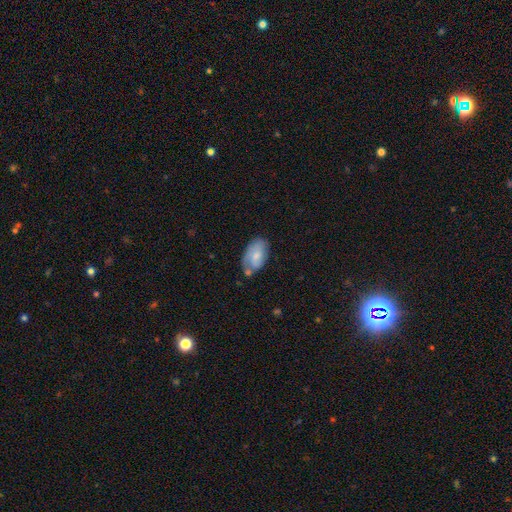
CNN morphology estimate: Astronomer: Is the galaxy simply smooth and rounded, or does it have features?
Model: smooth — 61%.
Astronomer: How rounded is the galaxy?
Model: in between — 93%.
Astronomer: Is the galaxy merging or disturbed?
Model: none — 50% (runner-up: minor disturbance, 30%).